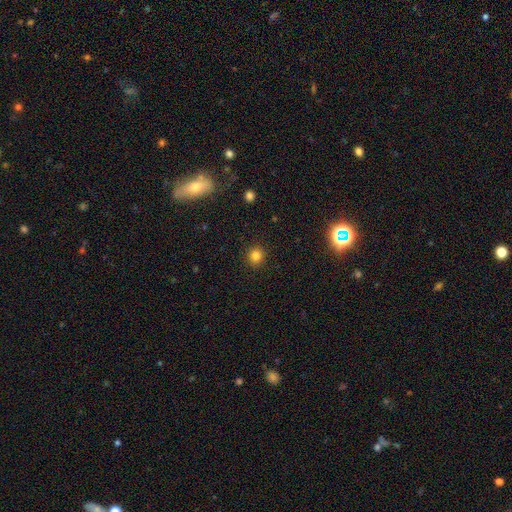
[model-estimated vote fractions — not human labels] Smooth or featured? Predicted: smooth (p=0.82). How rounded? Predicted: round (p=0.91). Merging? Predicted: none (p=0.92).